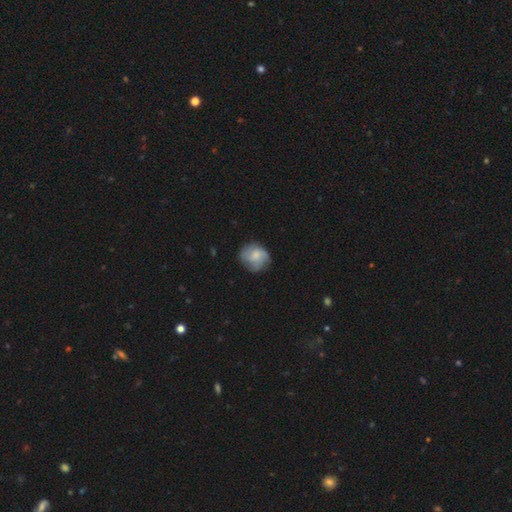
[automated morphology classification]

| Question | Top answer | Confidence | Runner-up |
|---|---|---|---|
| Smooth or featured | smooth | 58% | featured or disk (35%) |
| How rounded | round | 80% | in between (19%) |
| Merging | none | 70% | minor disturbance (22%) |